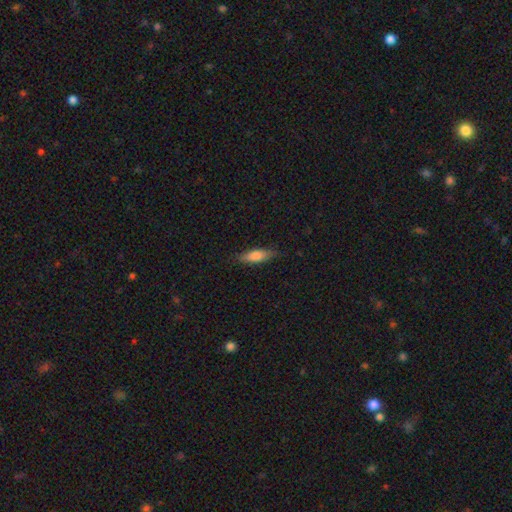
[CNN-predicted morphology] Q: Smooth or featured?
A: smooth (78%); runner-up: featured or disk (16%)
Q: How rounded?
A: in between (55%); runner-up: cigar-shaped (43%)
Q: Merging?
A: none (83%); runner-up: minor disturbance (13%)